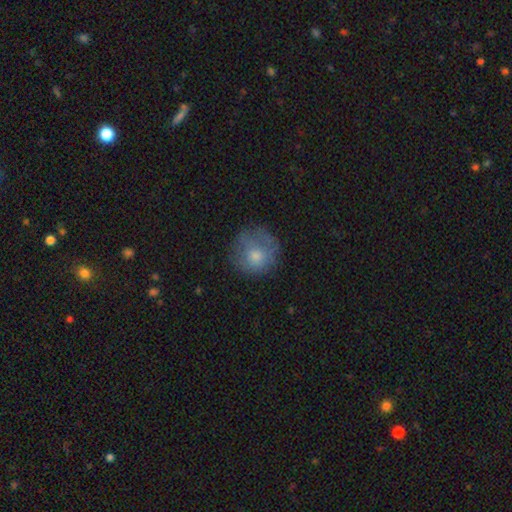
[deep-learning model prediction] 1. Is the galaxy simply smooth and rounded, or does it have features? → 71% smooth, 19% featured or disk, 10% star or artifact.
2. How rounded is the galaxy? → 90% round, 9% in between, 1% cigar-shaped.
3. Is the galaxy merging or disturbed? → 69% none, 20% minor disturbance, 9% major disturbance, 1% merger.